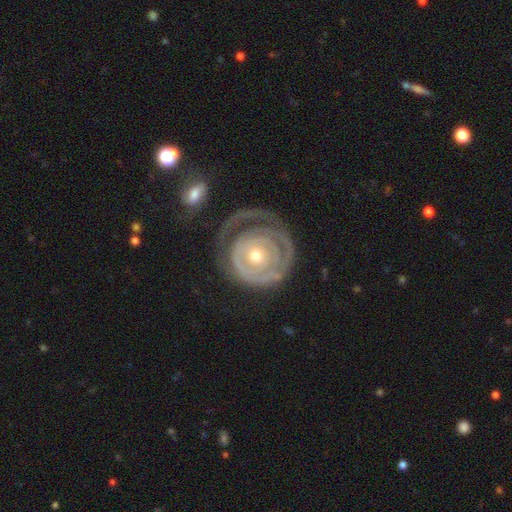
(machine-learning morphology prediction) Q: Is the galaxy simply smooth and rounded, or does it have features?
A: featured or disk — 81%.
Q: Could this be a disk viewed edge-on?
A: no — 97%.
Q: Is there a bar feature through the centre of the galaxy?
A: no — 82%.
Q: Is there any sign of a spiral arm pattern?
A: yes — 80%.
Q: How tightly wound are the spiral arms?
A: tight — 81%.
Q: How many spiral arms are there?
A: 1 — 37%.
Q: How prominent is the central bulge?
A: moderate — 49%.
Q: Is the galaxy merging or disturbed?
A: none — 55%.